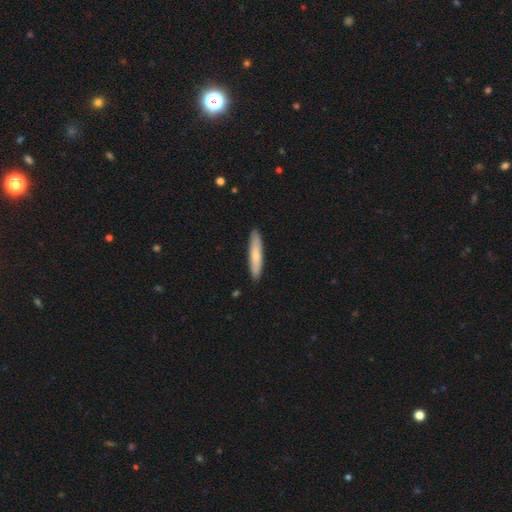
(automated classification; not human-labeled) Overall: smooth (74%). How rounded: cigar-shaped (87%). Merging: none (89%).